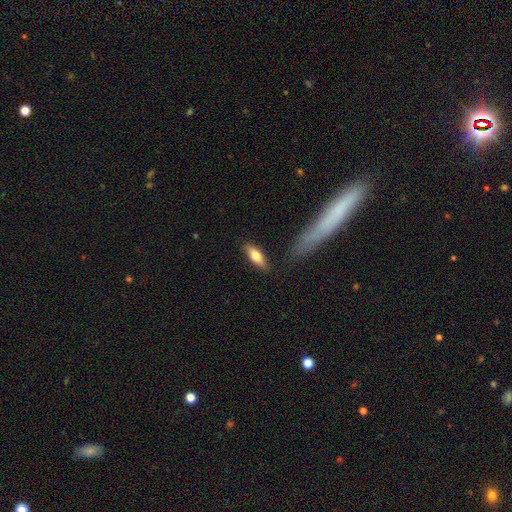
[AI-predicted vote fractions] This is likely a smooth galaxy (67%). How rounded: possibly in between (59%). Merging: clearly none (82%).